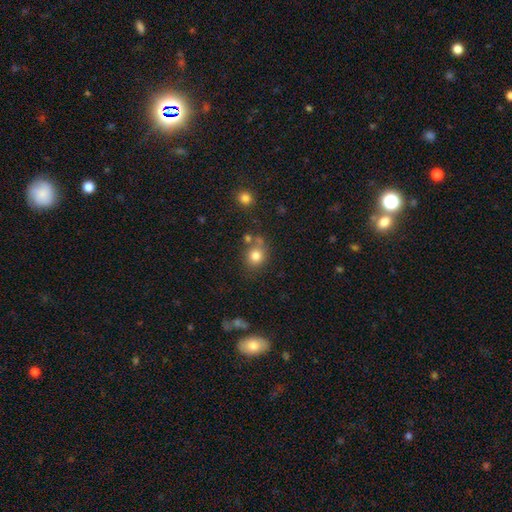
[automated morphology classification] A smooth galaxy with no disk features (80%) that is round (78%).

Vote fractions:
- Smooth or featured? smooth: 80% / star or artifact: 12% / featured or disk: 8%
- How rounded? round: 78% / in between: 21% / cigar-shaped: 1%
- Merging? none: 65% / merger: 16% / minor disturbance: 14% / major disturbance: 5%